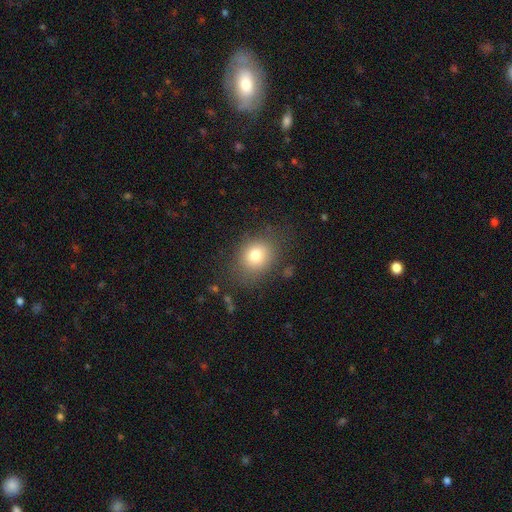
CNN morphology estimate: Q: Smooth or featured?
A: smooth (77%); runner-up: star or artifact (12%)
Q: How rounded?
A: round (59%); runner-up: in between (40%)
Q: Merging?
A: none (78%); runner-up: minor disturbance (14%)